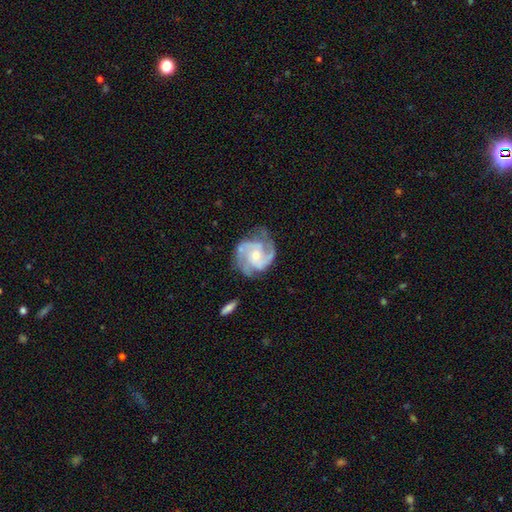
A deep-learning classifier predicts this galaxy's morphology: Overall: featured or disk (88%). Edge-on disk: no (98%). Bar: no (54%; weak 38%). Spiral arms: yes (97%). Spiral arm count: 2 (59%; 3 23%). Spiral winding: medium (50%; tight 38%). Bulge size: moderate (50%; small 37%). Merging: none (66%).